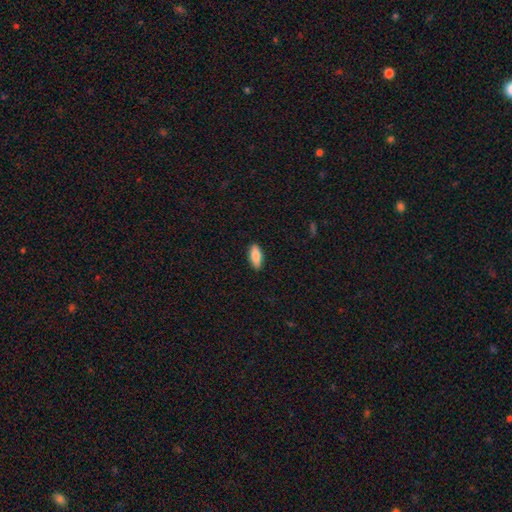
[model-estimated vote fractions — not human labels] Q: Smooth or featured?
A: smooth (84%); runner-up: featured or disk (9%)
Q: How rounded?
A: in between (78%); runner-up: cigar-shaped (20%)
Q: Merging?
A: none (89%); runner-up: minor disturbance (8%)